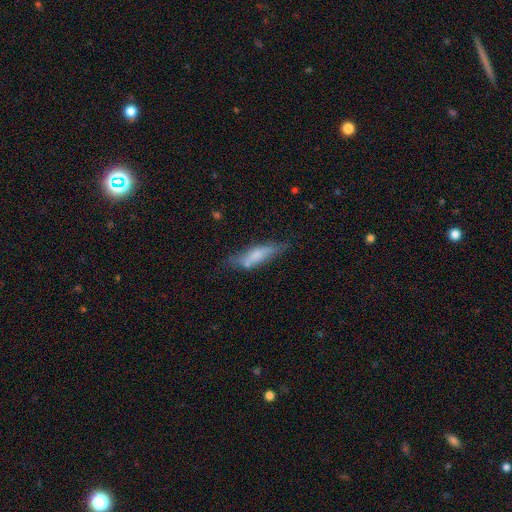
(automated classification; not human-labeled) smooth-or-featured: smooth: 64% | featured or disk: 30% | star or artifact: 7%
  how-rounded: cigar-shaped: 61% | in between: 37% | round: 2%
  merging: none: 56% | minor disturbance: 27% | major disturbance: 10% | merger: 7%